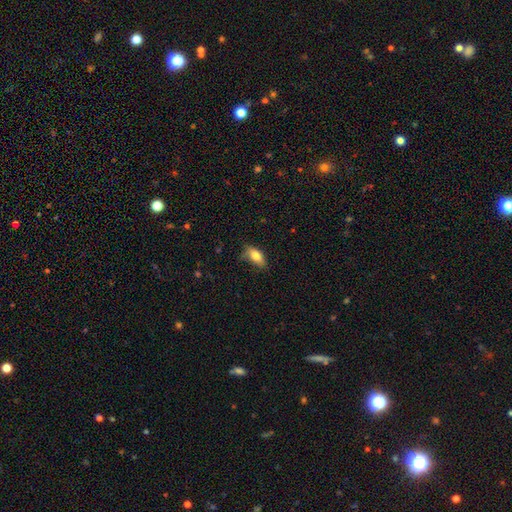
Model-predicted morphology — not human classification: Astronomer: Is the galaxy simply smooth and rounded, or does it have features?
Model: smooth — 80%.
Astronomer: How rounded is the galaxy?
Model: in between — 86%.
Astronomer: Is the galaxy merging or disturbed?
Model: none — 61%.